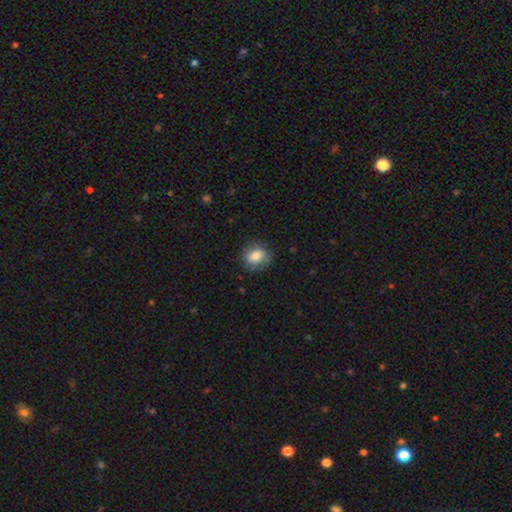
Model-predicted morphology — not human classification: Smooth or featured? smooth (78%)
How rounded? in between (53%)
Merging? none (75%)